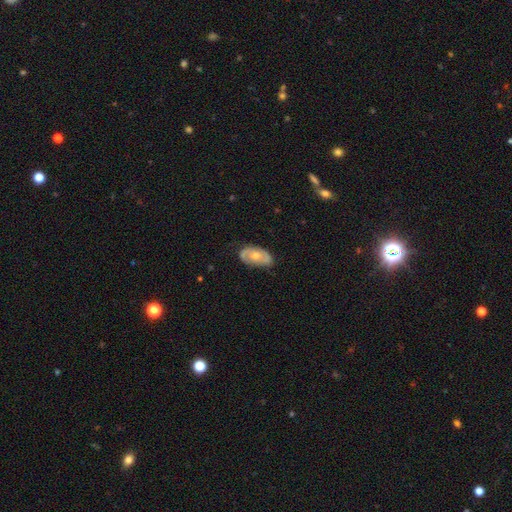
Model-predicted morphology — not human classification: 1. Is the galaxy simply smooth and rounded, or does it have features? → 55% featured or disk, 39% smooth, 6% star or artifact.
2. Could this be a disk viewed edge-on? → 92% no, 8% yes.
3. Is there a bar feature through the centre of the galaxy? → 78% no, 19% weak, 4% strong.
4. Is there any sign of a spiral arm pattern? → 62% yes, 38% no.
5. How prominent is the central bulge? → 63% moderate, 31% small, 4% large, 2% none, 1% dominant.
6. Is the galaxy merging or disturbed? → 68% none, 24% minor disturbance, 6% major disturbance, 1% merger.